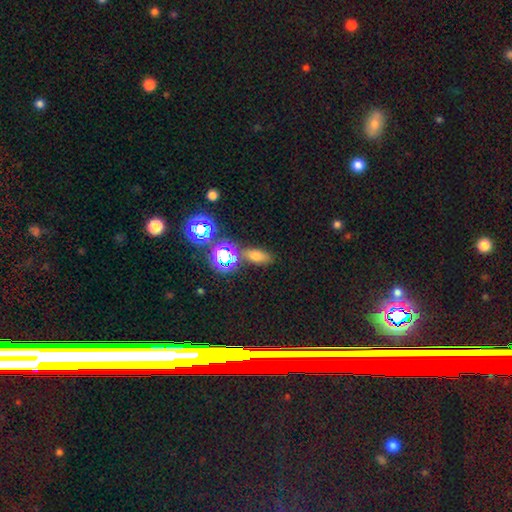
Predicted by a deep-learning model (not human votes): smooth_or_featured: smooth (p=0.60) [alt: star or artifact p=0.30]
how_rounded: in between (p=0.78) [alt: round p=0.13]
merging: none (p=0.75) [alt: minor disturbance p=0.12]